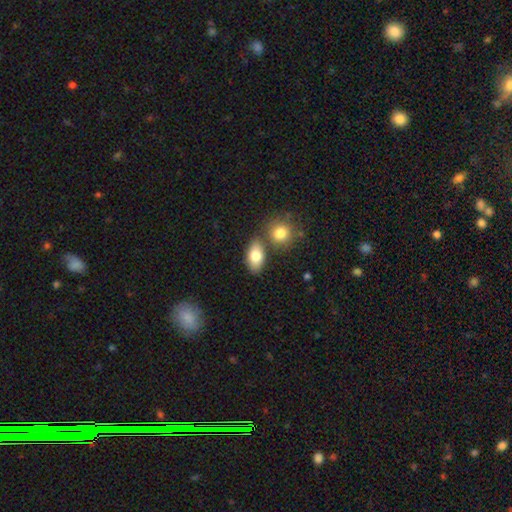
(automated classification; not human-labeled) Smooth or featured? Predicted: smooth (p=0.81). How rounded? Predicted: in between (p=0.88). Merging? Predicted: none (p=0.66).